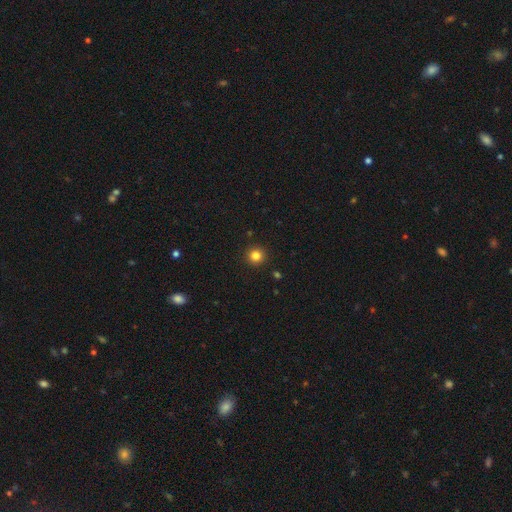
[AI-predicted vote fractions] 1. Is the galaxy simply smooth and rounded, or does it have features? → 83% smooth, 12% star or artifact, 4% featured or disk.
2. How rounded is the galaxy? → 95% round, 4% in between, 1% cigar-shaped.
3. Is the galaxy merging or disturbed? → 93% none, 4% minor disturbance, 2% major disturbance, 1% merger.